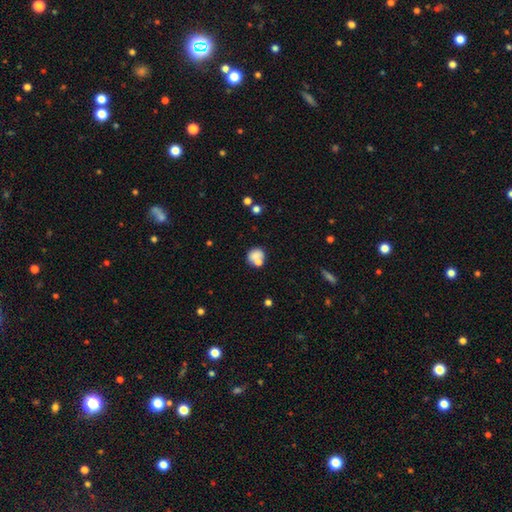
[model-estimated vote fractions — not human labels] A smooth galaxy with no disk features (72%) that is round (77%).

Vote fractions:
- Smooth or featured? smooth: 72% / featured or disk: 18% / star or artifact: 10%
- How rounded? round: 77% / in between: 22% / cigar-shaped: 1%
- Merging? none: 48% / merger: 31% / minor disturbance: 15% / major disturbance: 6%